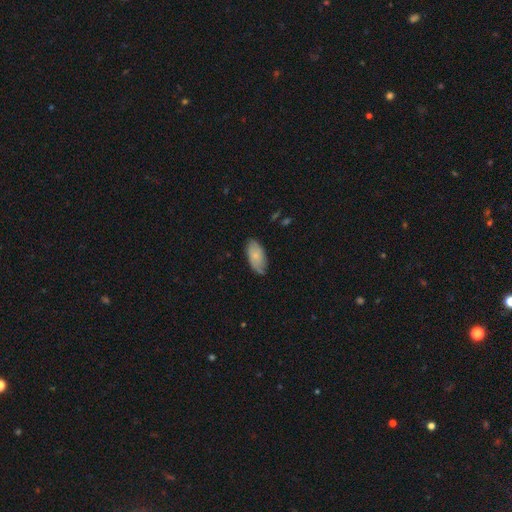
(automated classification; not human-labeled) smooth 71%, featured or disk 23%, star or artifact 6%. Down the decision tree: how rounded — in between (93%); merging — none (72%).